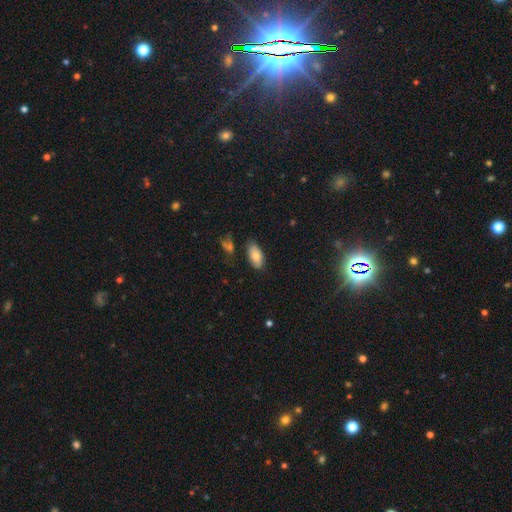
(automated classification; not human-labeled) This is likely a smooth galaxy (79%). How rounded: clearly in between (91%). Merging: likely none (76%).